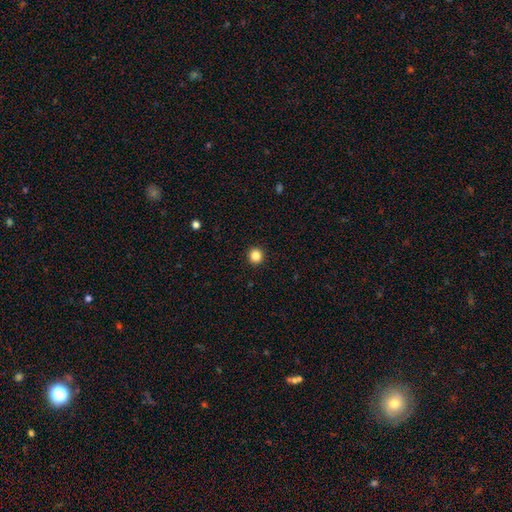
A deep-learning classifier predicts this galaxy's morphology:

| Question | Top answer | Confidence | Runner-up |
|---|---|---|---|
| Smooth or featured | smooth | 85% | star or artifact (11%) |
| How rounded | round | 95% | in between (4%) |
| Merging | none | 93% | minor disturbance (4%) |